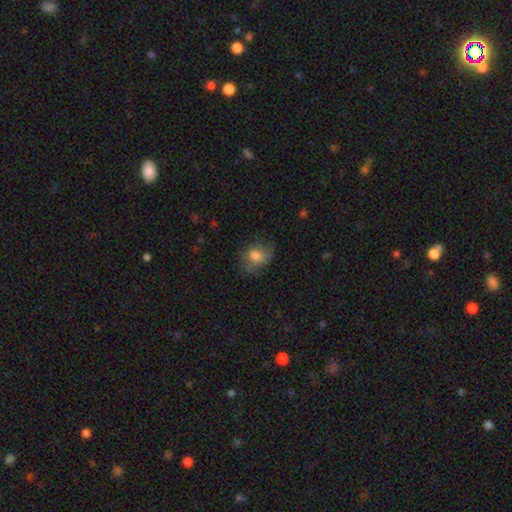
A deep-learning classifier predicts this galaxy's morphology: The model was most divided on "how rounded": in between: 57%, round: 42%, cigar-shaped: 1%. More confident: smooth or featured — smooth (72%); merging — none (55%).